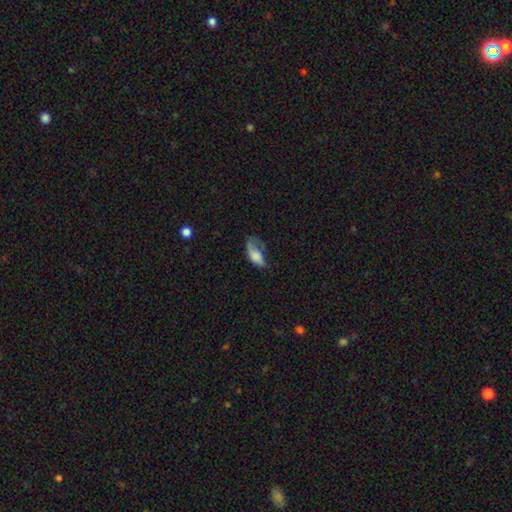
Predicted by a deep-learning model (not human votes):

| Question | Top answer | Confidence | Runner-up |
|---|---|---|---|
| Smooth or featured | smooth | 67% | featured or disk (25%) |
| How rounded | in between | 89% | cigar-shaped (7%) |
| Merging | major disturbance | 45% | minor disturbance (27%) |